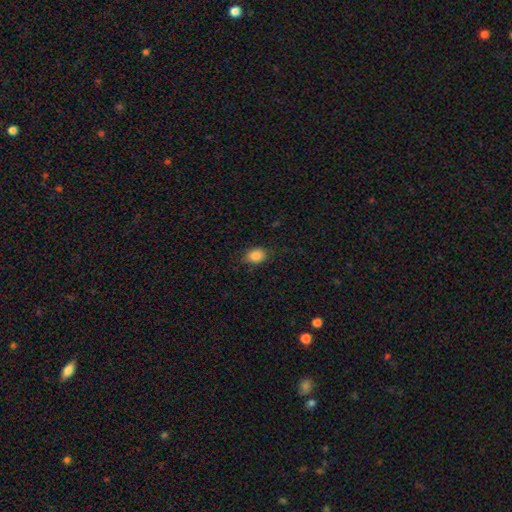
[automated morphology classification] Smooth or featured?
  - smooth: 86% *
  - star or artifact: 9%
  - featured or disk: 5%
How rounded?
  - in between: 68% *
  - round: 31%
  - cigar-shaped: 1%
Merging?
  - none: 81% *
  - minor disturbance: 15%
  - major disturbance: 3%
  - merger: 1%